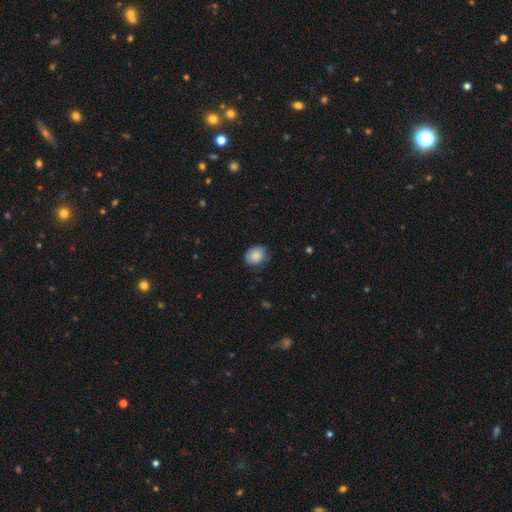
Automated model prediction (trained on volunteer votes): Morphology: type=smooth (85%); roundness=round (57%); merging=none (71%).